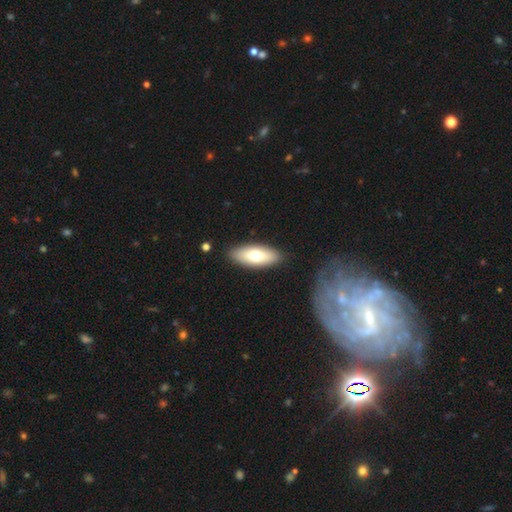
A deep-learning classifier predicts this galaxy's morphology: smooth 68%, featured or disk 26%, star or artifact 6%. Down the decision tree: how rounded — in between (78%); merging — none (88%).